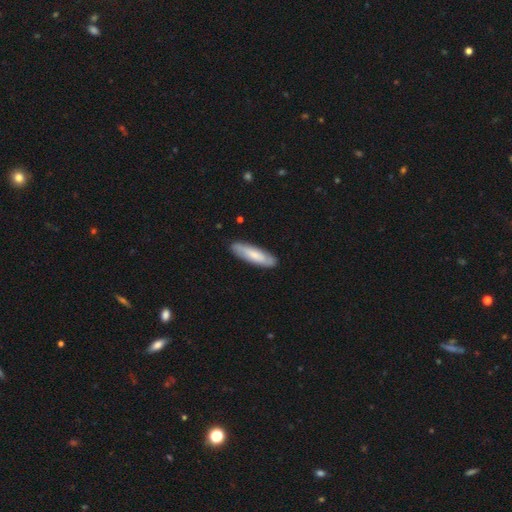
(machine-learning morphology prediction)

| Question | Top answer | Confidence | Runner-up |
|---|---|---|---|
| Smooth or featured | smooth | 65% | featured or disk (30%) |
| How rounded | cigar-shaped | 59% | in between (40%) |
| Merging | none | 86% | minor disturbance (11%) |